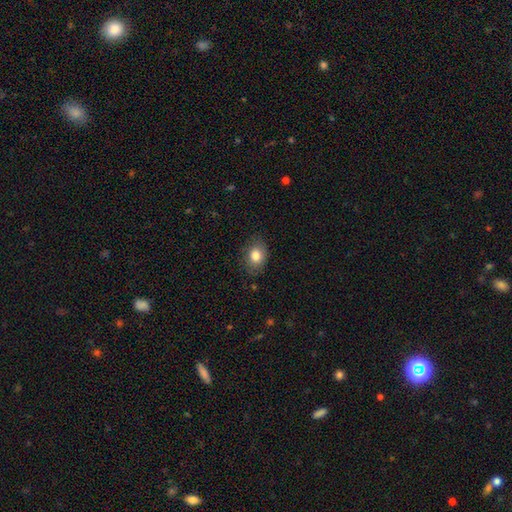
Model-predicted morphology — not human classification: Overall: smooth (82%). How rounded: in between (63%; round 35%). Merging: none (80%).